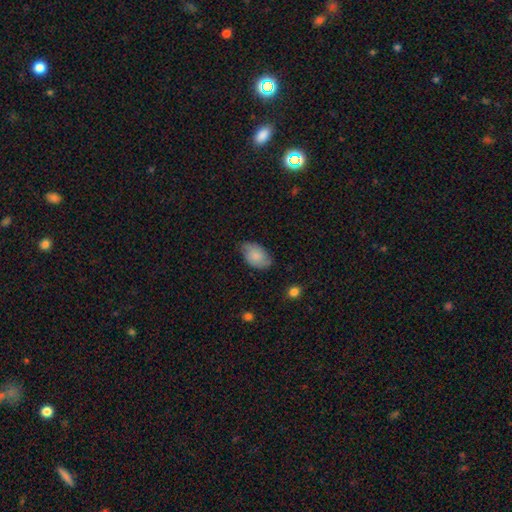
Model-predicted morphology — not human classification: Smooth or featured? smooth (79%)
How rounded? in between (92%)
Merging? none (69%)